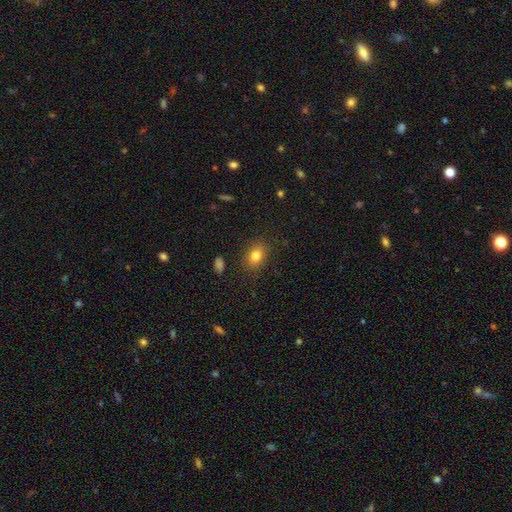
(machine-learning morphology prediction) type=smooth (82%); roundness=in between (69%); merging=none (84%).